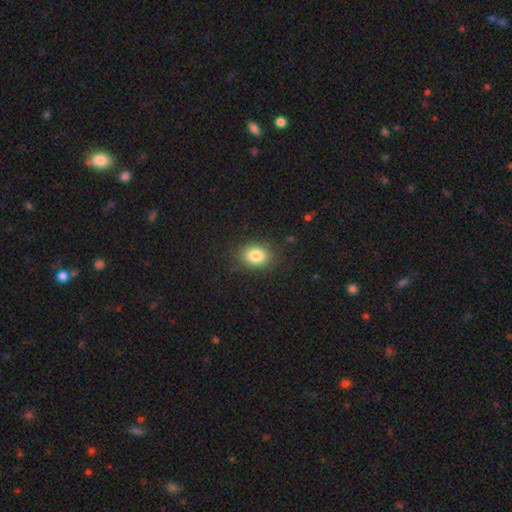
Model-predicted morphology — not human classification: This is clearly a smooth galaxy (83%). How rounded: likely in between (63%). Merging: clearly none (84%).